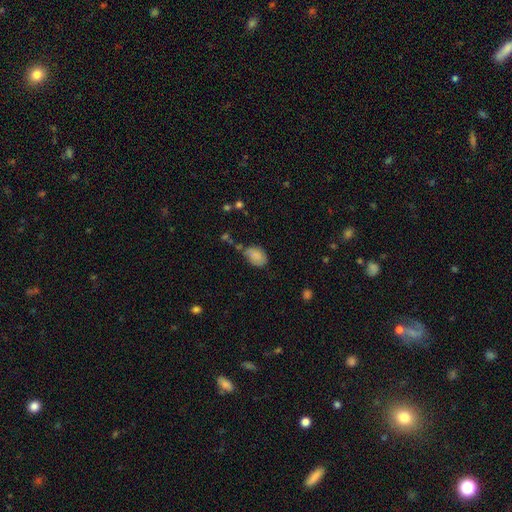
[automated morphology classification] Smooth or featured: smooth — 80% (featured or disk — 11%)
How rounded: in between — 82% (round — 16%)
Merging: none — 49% (minor disturbance — 35%)